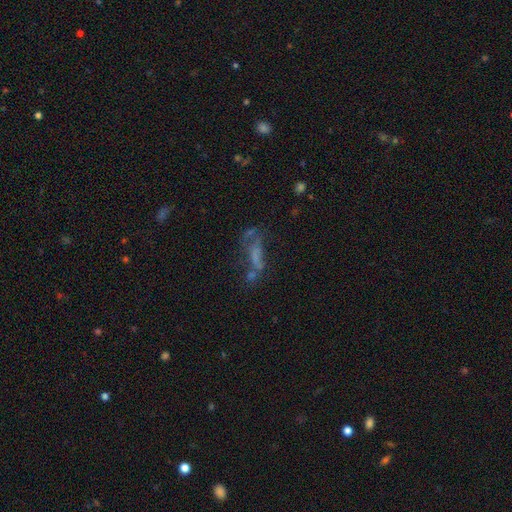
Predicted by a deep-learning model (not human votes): This appears to be a featured or disk galaxy (42%). Merging: none (33%).